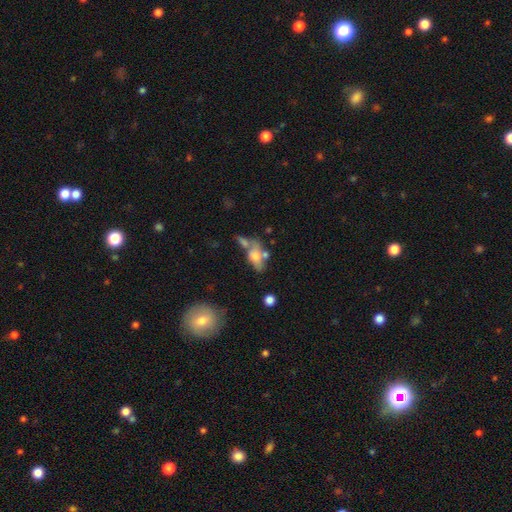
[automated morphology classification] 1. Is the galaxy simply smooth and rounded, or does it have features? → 59% smooth, 32% featured or disk, 9% star or artifact.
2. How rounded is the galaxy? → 78% in between, 15% cigar-shaped, 7% round.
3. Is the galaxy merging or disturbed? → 36% none, 34% merger, 18% minor disturbance, 12% major disturbance.